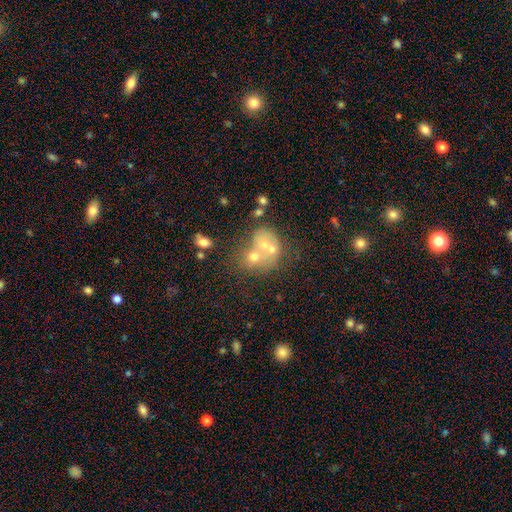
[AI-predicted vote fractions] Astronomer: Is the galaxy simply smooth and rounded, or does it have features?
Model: smooth — 48% (runner-up: featured or disk, 33%).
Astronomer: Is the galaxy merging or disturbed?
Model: merger — 59%.